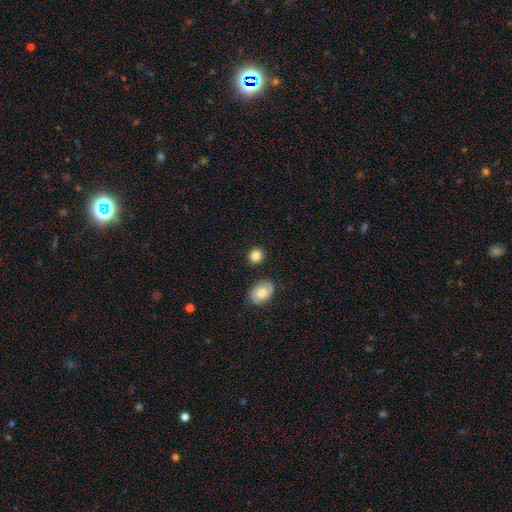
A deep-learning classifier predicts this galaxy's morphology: A smooth galaxy with no disk features (84%) that is round (73%).

Vote fractions:
- Smooth or featured? smooth: 84% / star or artifact: 9% / featured or disk: 7%
- How rounded? round: 73% / in between: 26% / cigar-shaped: 1%
- Merging? none: 84% / minor disturbance: 10% / merger: 4% / major disturbance: 3%